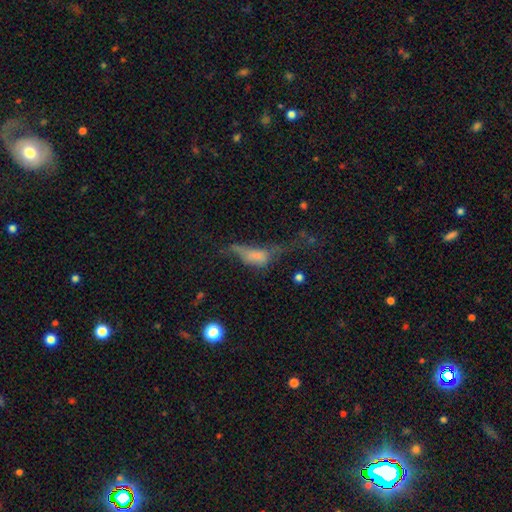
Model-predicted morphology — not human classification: Smooth or featured?
  - smooth: 51% *
  - featured or disk: 34%
  - star or artifact: 15%
How rounded?
  - in between: 70% *
  - cigar-shaped: 22%
  - round: 8%
Merging?
  - major disturbance: 56% *
  - minor disturbance: 17%
  - none: 17%
  - merger: 10%